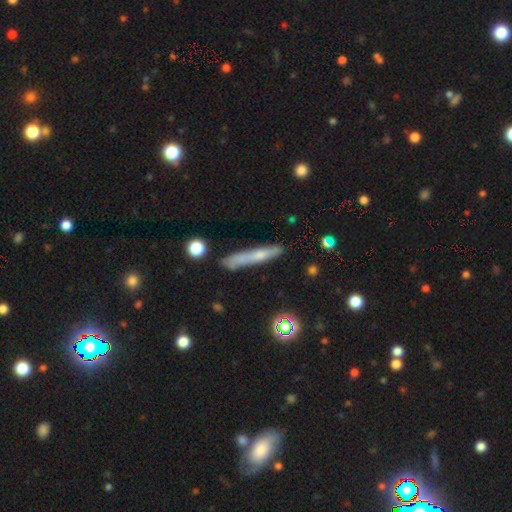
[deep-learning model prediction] Smooth or featured? smooth (54%)
How rounded? cigar-shaped (93%)
Merging? none (75%)